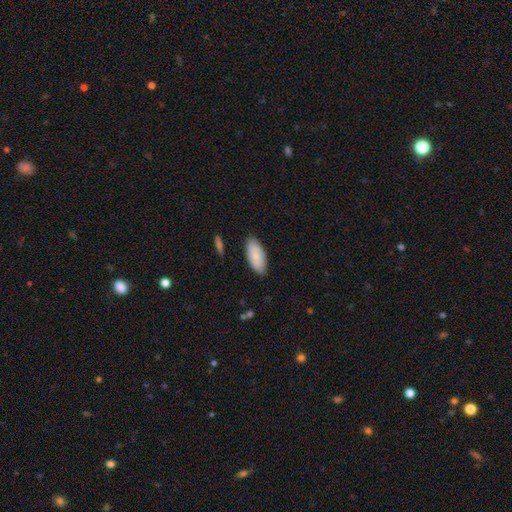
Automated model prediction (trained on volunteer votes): This appears to be a smooth galaxy with no disk features (84%) that is in between round and cigar-shaped (88%). Merging: none (84%).